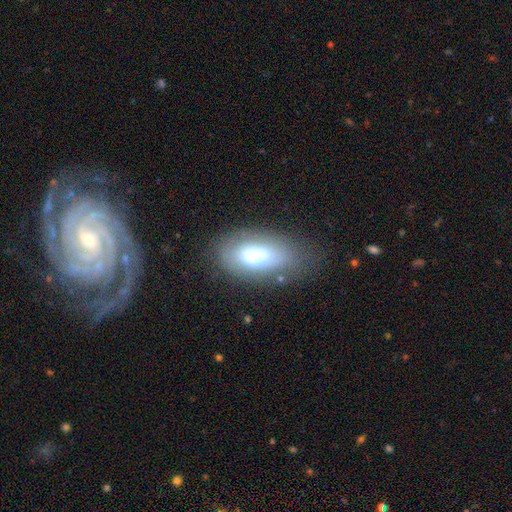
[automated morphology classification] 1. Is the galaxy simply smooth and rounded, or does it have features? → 63% smooth, 27% featured or disk, 10% star or artifact.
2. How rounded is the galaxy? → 91% in between, 6% round, 4% cigar-shaped.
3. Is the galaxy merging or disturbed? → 53% none, 25% minor disturbance, 15% major disturbance, 7% merger.